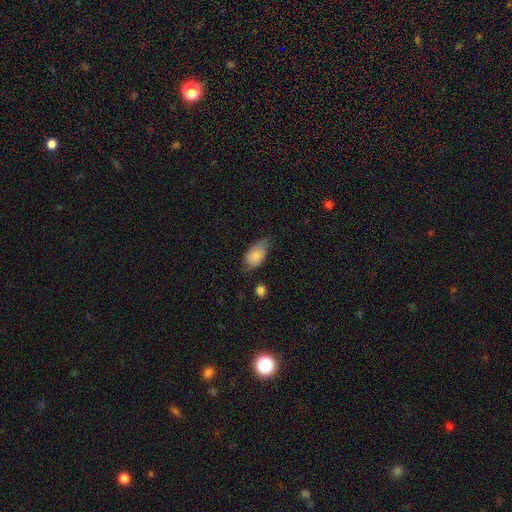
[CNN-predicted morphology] smooth_or_featured: smooth (p=0.82) [alt: featured or disk p=0.11]
how_rounded: in between (p=0.92) [alt: round p=0.06]
merging: none (p=0.53) [alt: minor disturbance p=0.37]